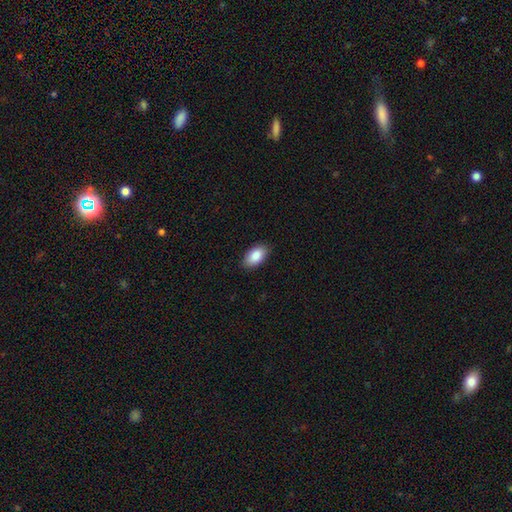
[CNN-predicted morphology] smooth-or-featured: smooth: 87% | star or artifact: 7% | featured or disk: 6%
  how-rounded: in between: 94% | round: 4% | cigar-shaped: 2%
  merging: none: 88% | minor disturbance: 9% | major disturbance: 2% | merger: 1%